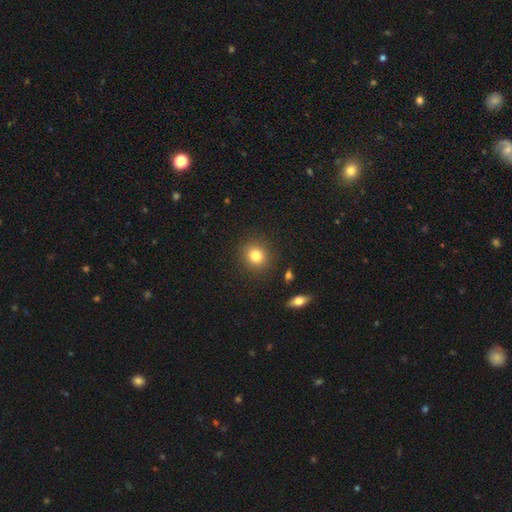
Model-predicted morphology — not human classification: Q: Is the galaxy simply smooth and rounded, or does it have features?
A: smooth — 82%.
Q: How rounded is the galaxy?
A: round — 85%.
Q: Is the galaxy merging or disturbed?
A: none — 89%.